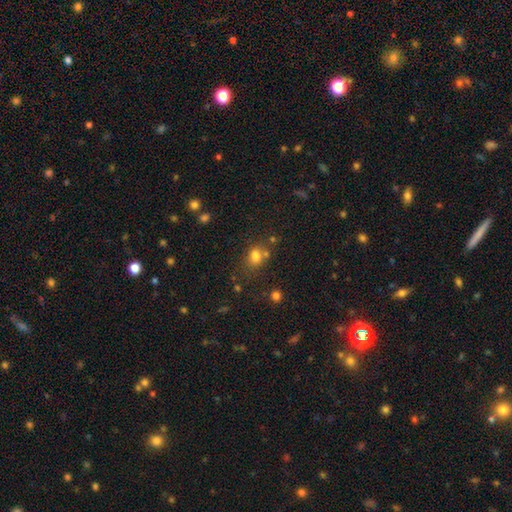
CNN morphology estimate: Smooth or featured?
  - smooth: 73% *
  - star or artifact: 16%
  - featured or disk: 10%
How rounded?
  - in between: 59% *
  - round: 39%
  - cigar-shaped: 2%
Merging?
  - none: 51% *
  - merger: 28%
  - minor disturbance: 14%
  - major disturbance: 7%